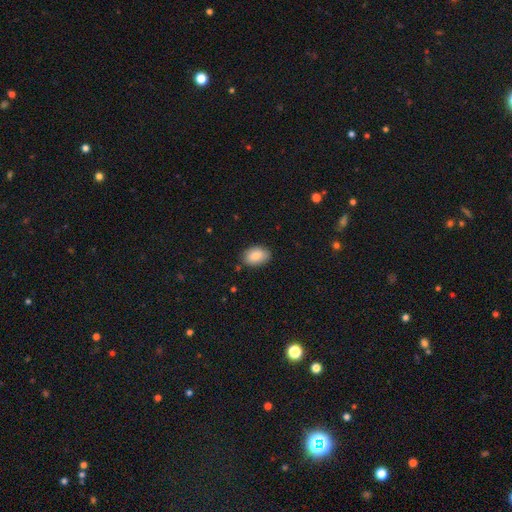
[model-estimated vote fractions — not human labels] The model was most divided on "merging": none: 82%, minor disturbance: 14%, major disturbance: 2%, merger: 1%. More confident: smooth or featured — smooth (86%); how rounded — in between (85%).